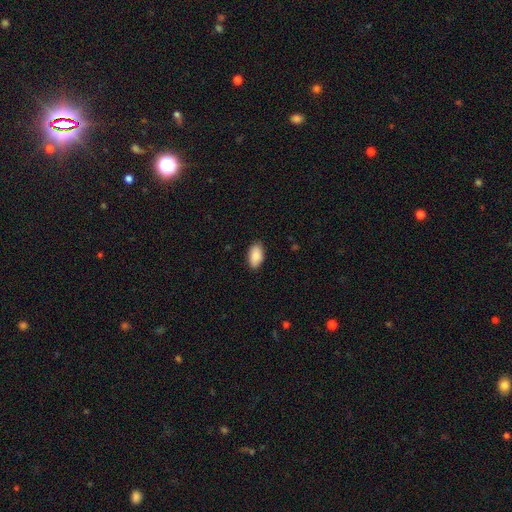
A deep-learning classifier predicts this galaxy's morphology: type=smooth (87%); roundness=in between (94%); merging=none (87%).